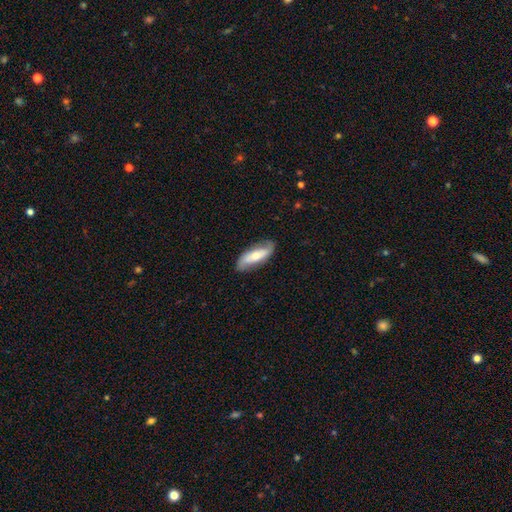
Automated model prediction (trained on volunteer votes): Q: Smooth or featured?
A: featured or disk (59%); runner-up: smooth (36%)
Q: Edge-on disk?
A: no (81%); runner-up: yes (19%)
Q: Merging?
A: none (81%); runner-up: minor disturbance (14%)